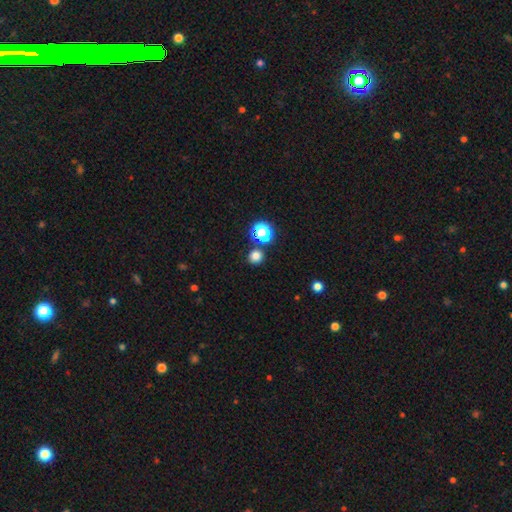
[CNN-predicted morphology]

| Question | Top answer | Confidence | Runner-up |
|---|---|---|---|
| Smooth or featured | smooth | 77% | star or artifact (18%) |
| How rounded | round | 90% | in between (9%) |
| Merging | none | 82% | merger (9%) |